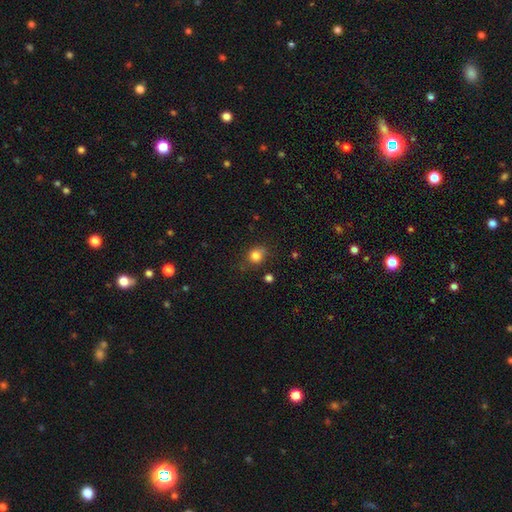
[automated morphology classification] Smooth or featured: smooth — 82% (star or artifact — 12%)
How rounded: round — 66% (in between — 33%)
Merging: none — 74% (minor disturbance — 18%)